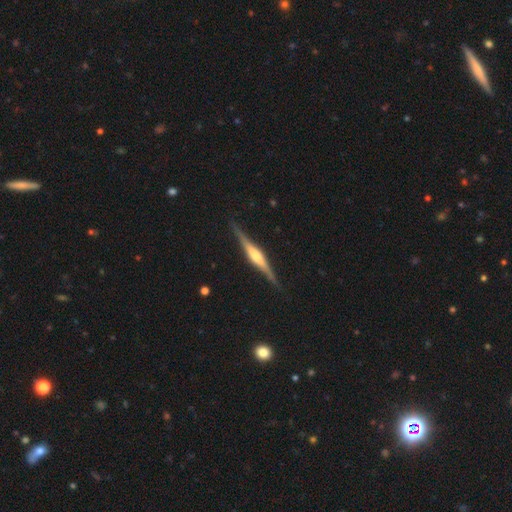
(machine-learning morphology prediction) Smooth or featured: featured or disk — 78% (smooth — 17%)
Edge-on disk: yes — 98% (no — 2%)
Edge-on bulge: rounded — 71% (boxy — 21%)
Merging: none — 86% (minor disturbance — 10%)